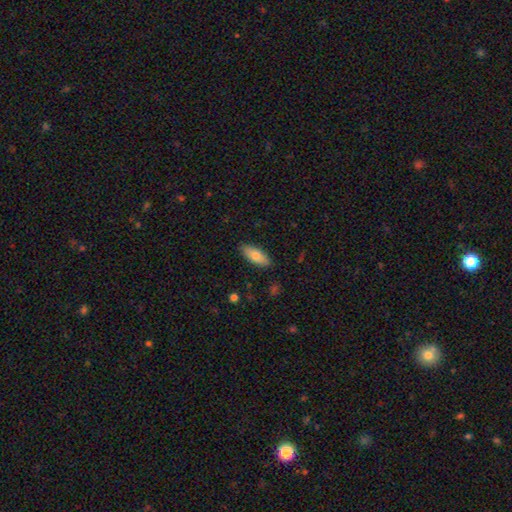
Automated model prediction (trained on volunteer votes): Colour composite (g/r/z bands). It shows a smooth galaxy with no disk features (76%) that is in between round and cigar-shaped (83%). Merging: none (87%).